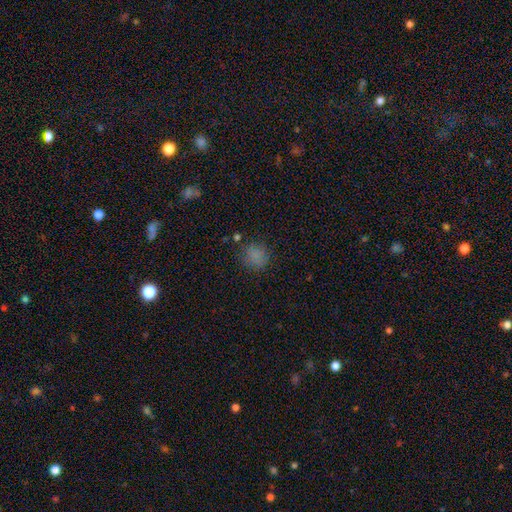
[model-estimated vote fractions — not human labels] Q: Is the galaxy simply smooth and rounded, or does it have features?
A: smooth — 78%.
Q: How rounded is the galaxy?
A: round — 84%.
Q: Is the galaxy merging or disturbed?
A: none — 78%.